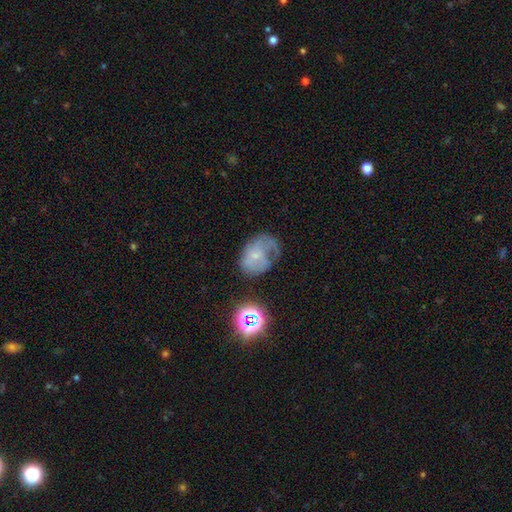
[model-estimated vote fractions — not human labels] Smooth or featured? Predicted: featured or disk (p=0.46). Merging? Predicted: major disturbance (p=0.34).